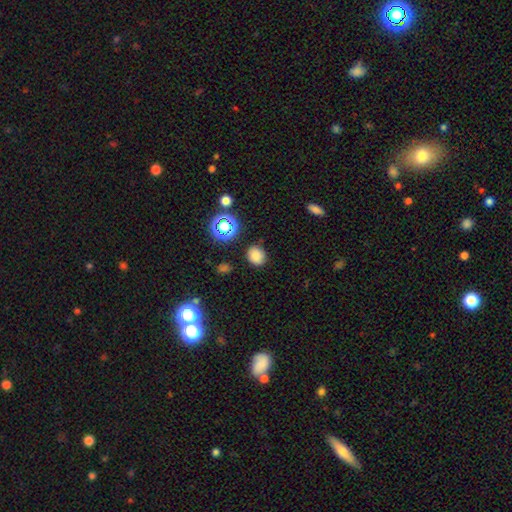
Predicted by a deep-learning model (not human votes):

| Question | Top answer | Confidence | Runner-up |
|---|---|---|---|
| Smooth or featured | smooth | 79% | star or artifact (16%) |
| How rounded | round | 68% | in between (31%) |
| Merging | none | 84% | minor disturbance (11%) |